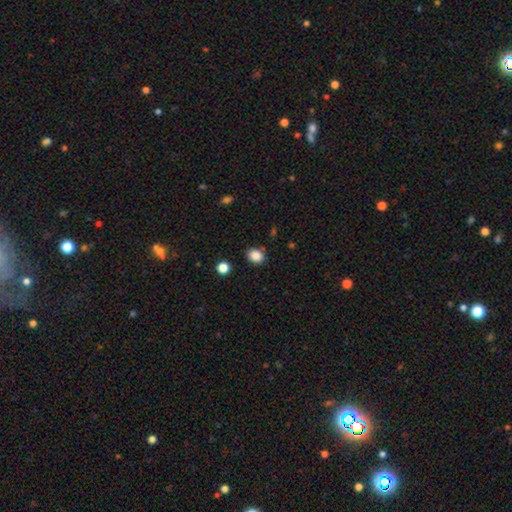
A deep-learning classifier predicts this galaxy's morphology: type=smooth (86%); roundness=in between (50%); merging=none (82%).